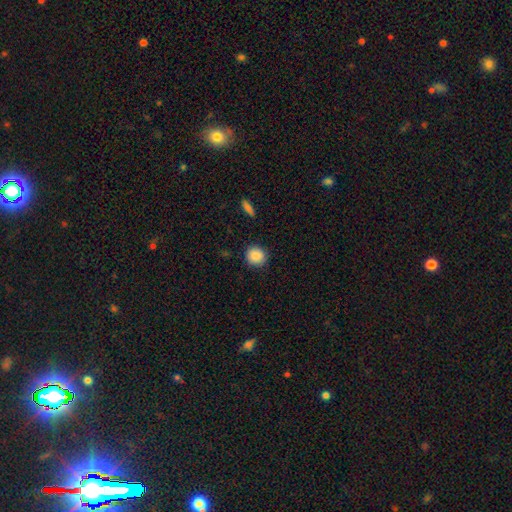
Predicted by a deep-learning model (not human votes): Smooth or featured?
  - smooth: 88% *
  - star or artifact: 8%
  - featured or disk: 4%
How rounded?
  - round: 88% *
  - in between: 11%
  - cigar-shaped: 1%
Merging?
  - none: 88% *
  - minor disturbance: 9%
  - major disturbance: 2%
  - merger: 1%